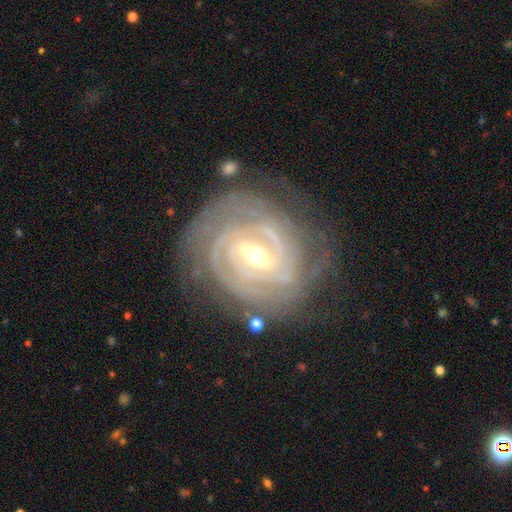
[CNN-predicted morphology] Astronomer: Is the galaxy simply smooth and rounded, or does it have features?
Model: featured or disk — 92%.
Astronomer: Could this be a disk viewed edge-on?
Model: no — 97%.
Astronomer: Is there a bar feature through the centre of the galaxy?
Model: strong — 51% (runner-up: weak, 39%).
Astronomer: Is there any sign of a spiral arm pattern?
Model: yes — 98%.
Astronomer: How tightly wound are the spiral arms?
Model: tight — 81%.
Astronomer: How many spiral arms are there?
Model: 3 — 24% (runner-up: can't tell, 21%).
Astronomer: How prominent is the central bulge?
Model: moderate — 64%.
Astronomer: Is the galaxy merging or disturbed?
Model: none — 78%.